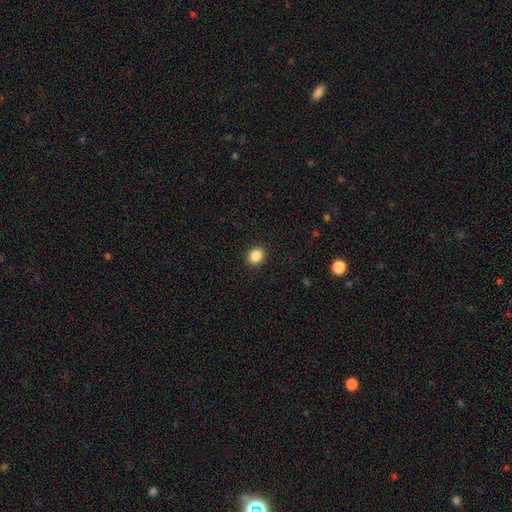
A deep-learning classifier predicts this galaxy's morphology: Smooth or featured? Predicted: smooth (p=0.87). How rounded? Predicted: round (p=0.65). Merging? Predicted: none (p=0.91).